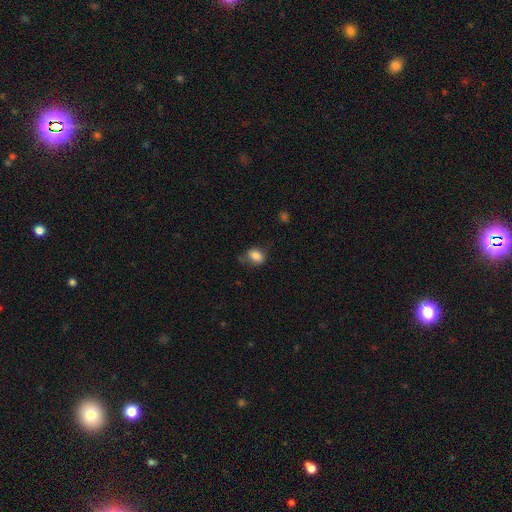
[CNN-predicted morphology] type=smooth (81%); roundness=in between (75%); merging=none (58%).